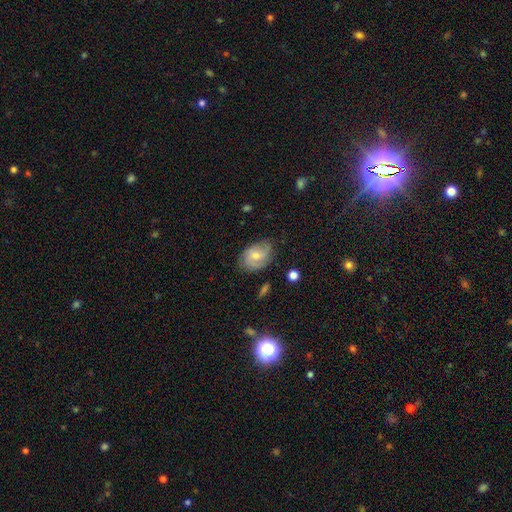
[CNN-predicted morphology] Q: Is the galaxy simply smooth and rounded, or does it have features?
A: featured or disk — 57%.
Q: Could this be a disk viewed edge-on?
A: no — 96%.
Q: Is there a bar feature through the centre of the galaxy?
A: no — 57%.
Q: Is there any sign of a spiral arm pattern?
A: yes — 87%.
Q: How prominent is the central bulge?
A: small — 49%.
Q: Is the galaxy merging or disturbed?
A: none — 71%.